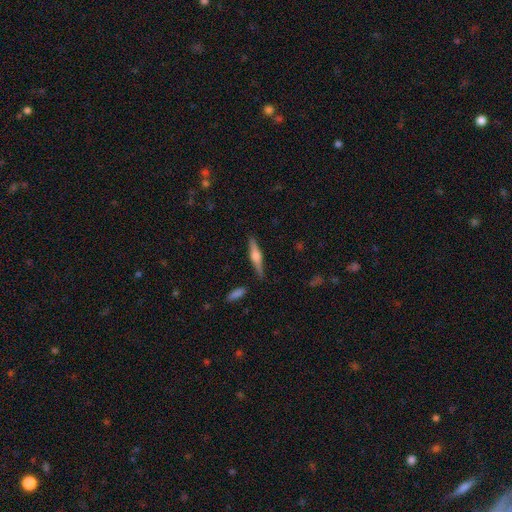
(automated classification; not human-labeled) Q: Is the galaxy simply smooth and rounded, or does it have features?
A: featured or disk — 64%.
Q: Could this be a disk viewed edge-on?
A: yes — 97%.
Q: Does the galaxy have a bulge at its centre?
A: rounded — 85%.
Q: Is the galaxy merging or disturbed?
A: none — 87%.